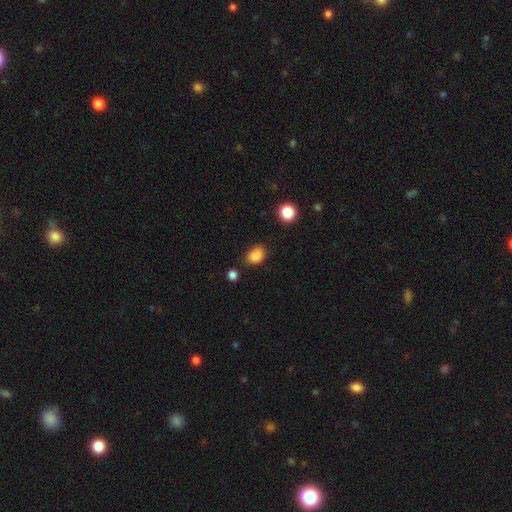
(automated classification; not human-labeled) Smooth or featured: smooth — 85% (star or artifact — 11%)
How rounded: in between — 63% (round — 36%)
Merging: none — 68% (minor disturbance — 23%)